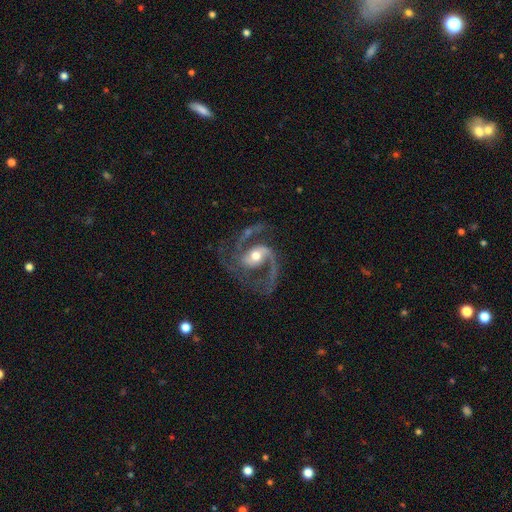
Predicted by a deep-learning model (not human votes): featured or disk 92%, star or artifact 4%, smooth 4%. Down the decision tree: edge-on disk — no (98%); bar — no (45%); spiral arms — yes (98%); spiral arm count — 2 (68%); spiral winding — medium (60%); bulge size — moderate (69%); merging — none (63%).